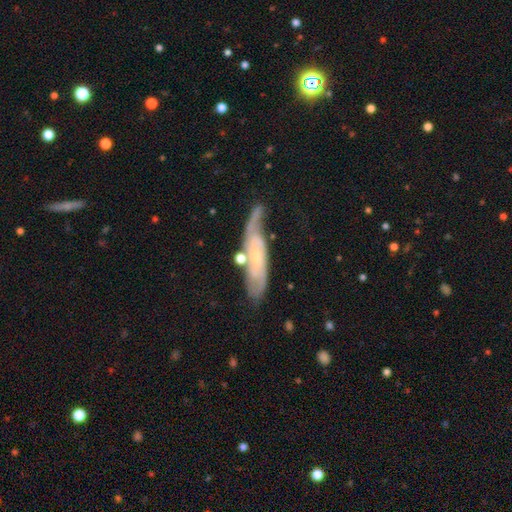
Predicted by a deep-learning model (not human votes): Smooth or featured?
  - featured or disk: 76% *
  - smooth: 18%
  - star or artifact: 6%
Edge-on disk?
  - no: 78% *
  - yes: 22%
Bar?
  - no: 61% *
  - weak: 31%
  - strong: 8%
Spiral arms?
  - yes: 91% *
  - no: 9%
Spiral winding?
  - tight: 42% *
  - medium: 39%
  - loose: 18%
Spiral arm count?
  - 2: 58% *
  - can't tell: 26%
  - 3: 6%
  - 1: 5%
  - 4: 2%
  - more than 4: 2%
Bulge size?
  - small: 73% *
  - moderate: 18%
  - none: 6%
  - large: 1%
  - dominant: 1%
Merging?
  - none: 51% *
  - minor disturbance: 25%
  - major disturbance: 12%
  - merger: 12%